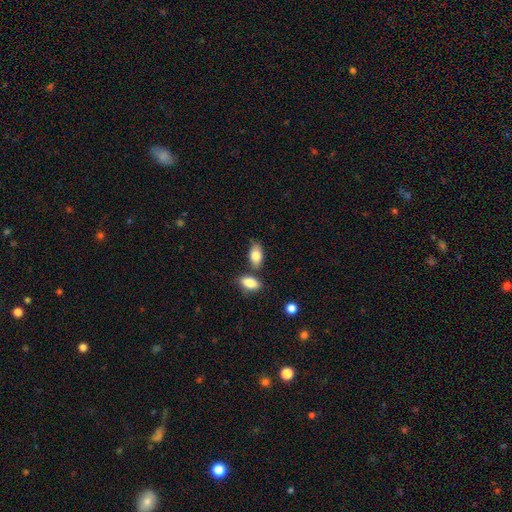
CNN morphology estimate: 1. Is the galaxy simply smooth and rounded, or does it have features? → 83% smooth, 10% featured or disk, 7% star or artifact.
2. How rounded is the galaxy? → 91% in between, 6% round, 3% cigar-shaped.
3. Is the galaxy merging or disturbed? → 66% none, 16% merger, 14% minor disturbance, 3% major disturbance.